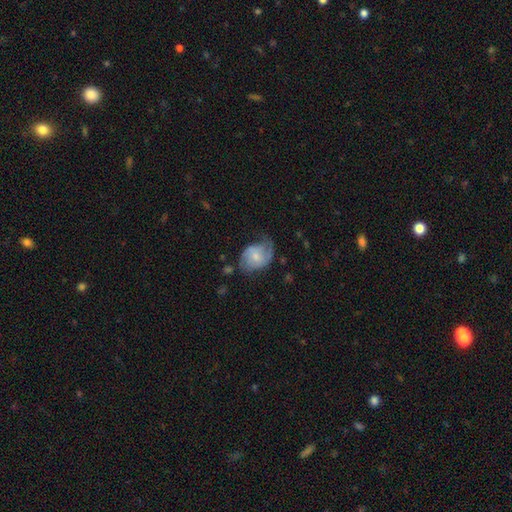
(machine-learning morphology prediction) Smooth or featured? featured or disk (63%)
Edge-on disk? no (97%)
Bar? no (54%)
Spiral arms? yes (89%)
Spiral winding? medium (45%)
Spiral arm count? 2 (77%)
Bulge size? small (49%)
Merging? none (49%)